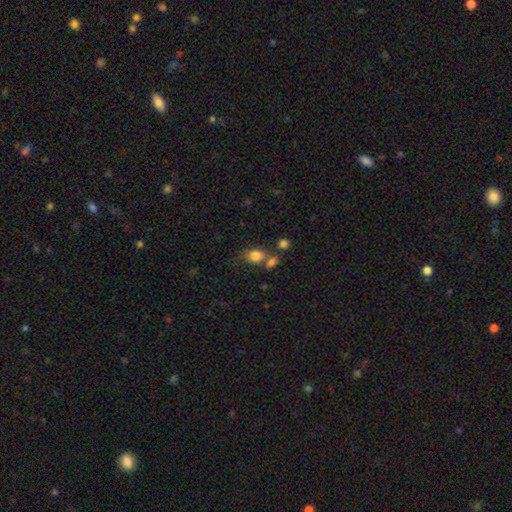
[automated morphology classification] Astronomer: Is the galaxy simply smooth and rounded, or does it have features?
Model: smooth — 82%.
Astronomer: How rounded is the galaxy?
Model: in between — 60% (runner-up: round, 39%).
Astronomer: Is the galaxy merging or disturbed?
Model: none — 50% (runner-up: merger, 26%).